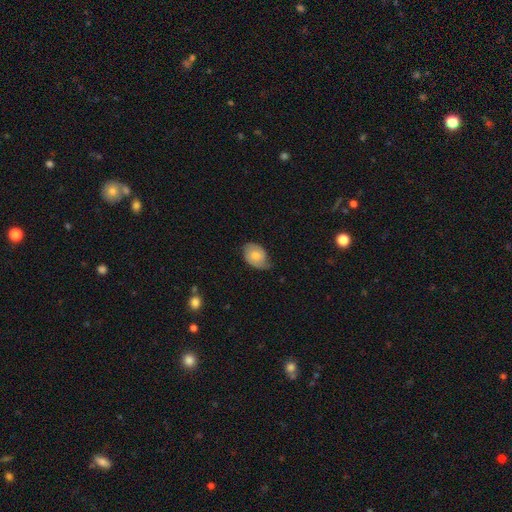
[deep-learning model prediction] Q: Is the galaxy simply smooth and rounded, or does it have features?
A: smooth — 55%.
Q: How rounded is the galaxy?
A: in between — 76%.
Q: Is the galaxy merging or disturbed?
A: none — 55%.